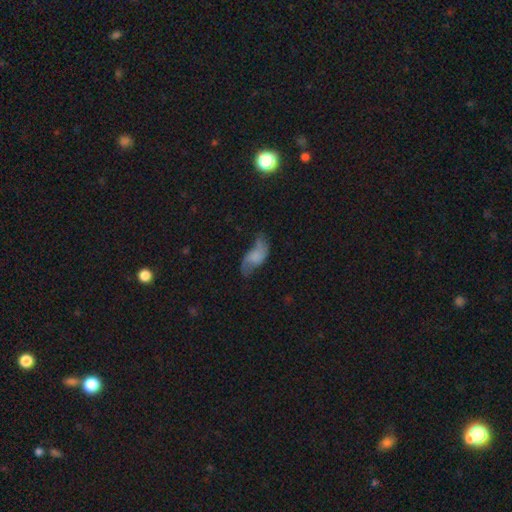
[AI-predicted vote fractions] Smooth or featured: smooth — 45% (tied with featured or disk — 45%)
Merging: none — 43% (minor disturbance — 30%)